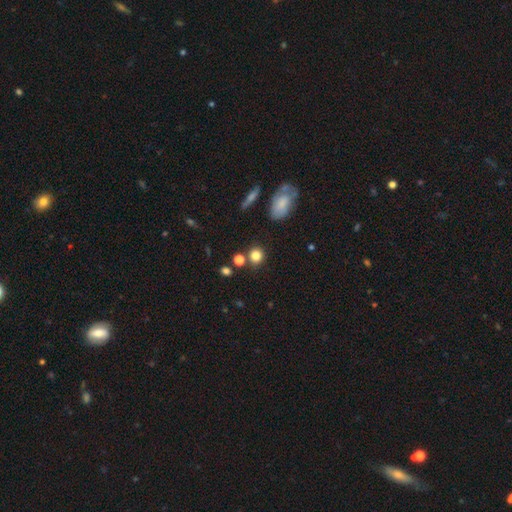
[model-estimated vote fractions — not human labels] Smooth or featured?
  - smooth: 81% *
  - star or artifact: 13%
  - featured or disk: 6%
How rounded?
  - round: 85% *
  - in between: 14%
  - cigar-shaped: 1%
Merging?
  - none: 78% *
  - merger: 10%
  - minor disturbance: 9%
  - major disturbance: 3%